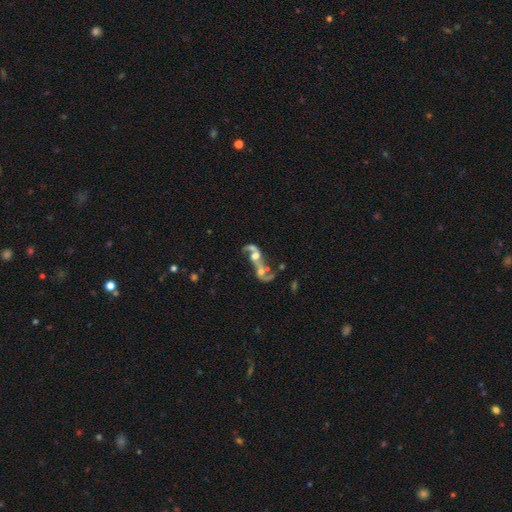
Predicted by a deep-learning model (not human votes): smooth_or_featured: featured or disk (p=0.65) [alt: smooth p=0.22]
disk_edge_on: no (p=0.94) [alt: yes p=0.06]
bar: no (p=0.69) [alt: weak p=0.23]
has_spiral_arms: yes (p=0.62) [alt: no p=0.38]
bulge_size: moderate (p=0.41) [alt: none p=0.19]
merging: merger (p=0.68) [alt: major disturbance p=0.14]